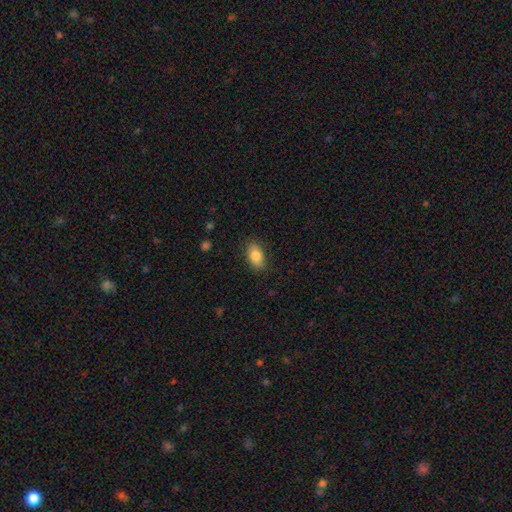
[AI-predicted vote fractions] Smooth or featured? smooth (83%)
How rounded? in between (91%)
Merging? none (85%)